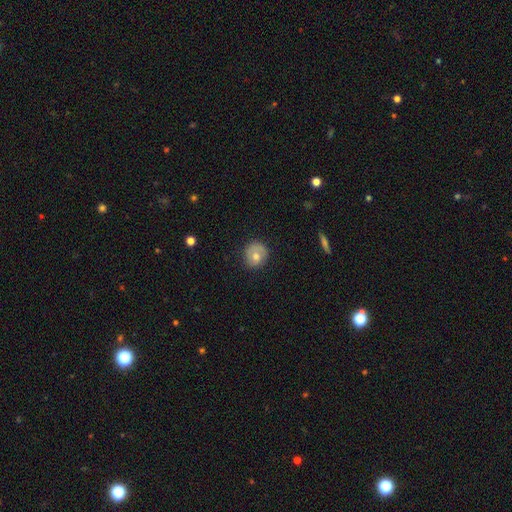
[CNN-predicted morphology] Smooth or featured? Predicted: smooth (p=0.64). How rounded? Predicted: round (p=0.82). Merging? Predicted: none (p=0.73).